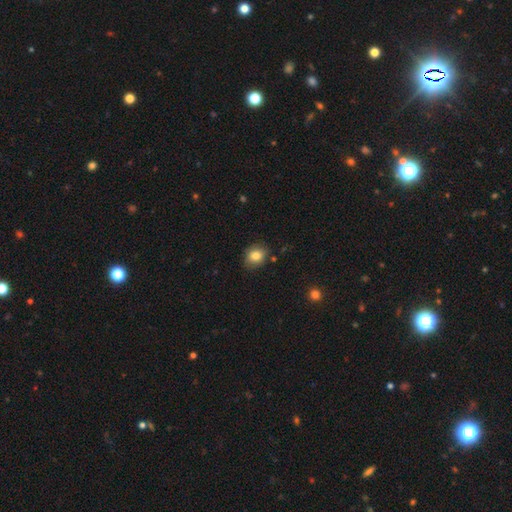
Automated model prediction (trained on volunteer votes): A smooth galaxy with no disk features (83%) that is round (53%). Merging: none (81%).